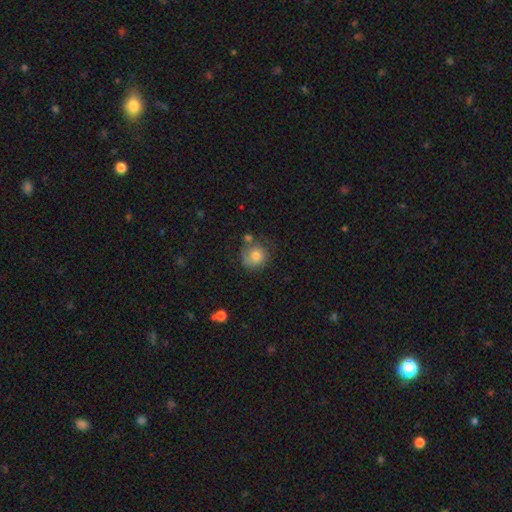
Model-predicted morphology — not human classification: Smooth or featured?
  - smooth: 70% *
  - featured or disk: 21%
  - star or artifact: 9%
How rounded?
  - round: 86% *
  - in between: 13%
  - cigar-shaped: 1%
Merging?
  - none: 58% *
  - minor disturbance: 23%
  - merger: 10%
  - major disturbance: 10%